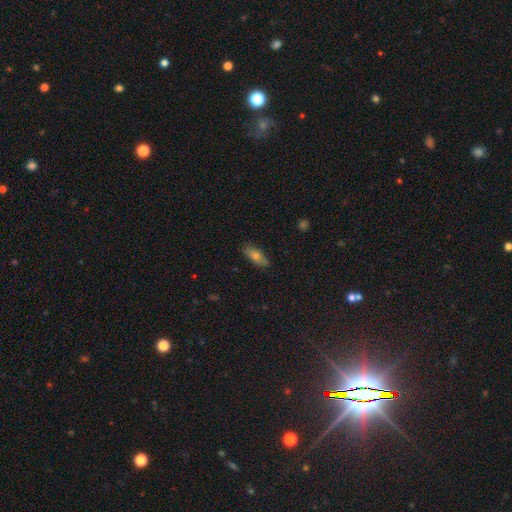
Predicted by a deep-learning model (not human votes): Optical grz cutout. It shows a smooth galaxy with no disk features (66%) that is in between round and cigar-shaped (67%). Merging: none (86%).